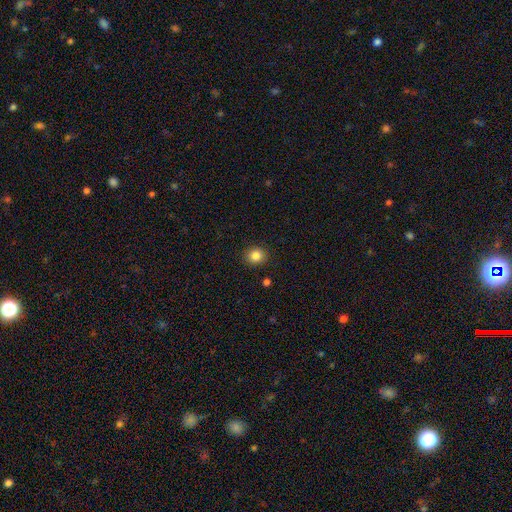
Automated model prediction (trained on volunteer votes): Smooth or featured? smooth (85%)
How rounded? round (79%)
Merging? none (90%)